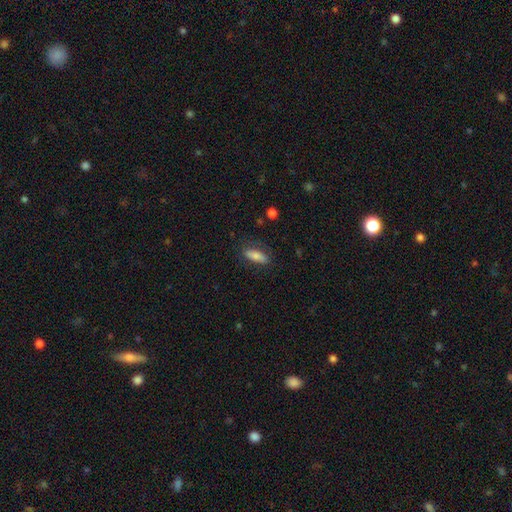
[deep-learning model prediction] Smooth or featured?
  - smooth: 74% *
  - featured or disk: 18%
  - star or artifact: 8%
How rounded?
  - in between: 66% *
  - cigar-shaped: 31%
  - round: 3%
Merging?
  - none: 80% *
  - minor disturbance: 15%
  - major disturbance: 4%
  - merger: 1%